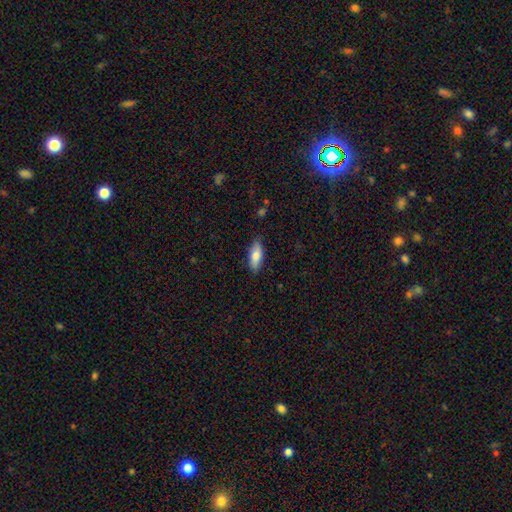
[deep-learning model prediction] This is likely a smooth galaxy (77%). How rounded: likely in between (76%). Merging: clearly none (84%).